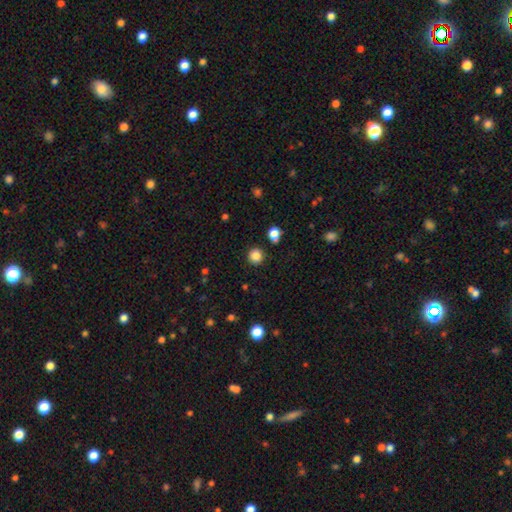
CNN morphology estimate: Smooth or featured: smooth — 85% (star or artifact — 11%)
How rounded: round — 93% (in between — 6%)
Merging: none — 89% (minor disturbance — 6%)